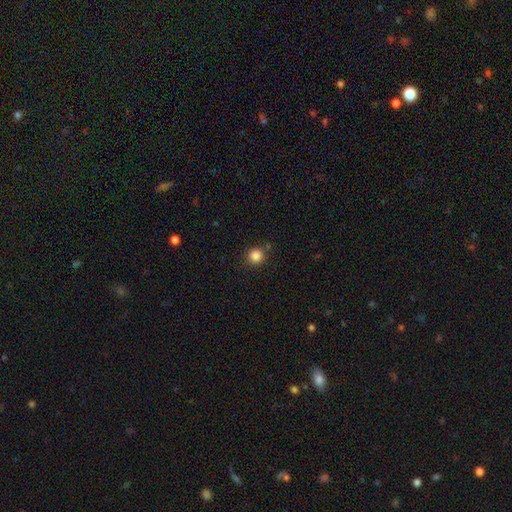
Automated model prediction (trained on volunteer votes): Smooth or featured?
  - smooth: 85% *
  - star or artifact: 12%
  - featured or disk: 4%
How rounded?
  - round: 93% *
  - in between: 6%
  - cigar-shaped: 1%
Merging?
  - none: 86% *
  - minor disturbance: 8%
  - merger: 4%
  - major disturbance: 2%